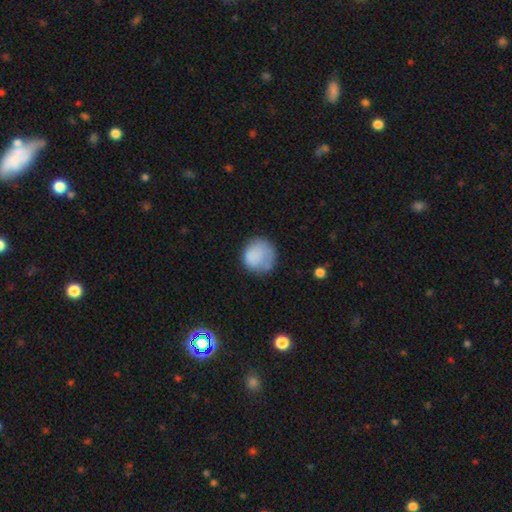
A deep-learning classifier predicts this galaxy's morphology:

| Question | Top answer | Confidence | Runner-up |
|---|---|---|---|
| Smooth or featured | smooth | 80% | featured or disk (13%) |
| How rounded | round | 86% | in between (13%) |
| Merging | none | 58% | minor disturbance (25%) |